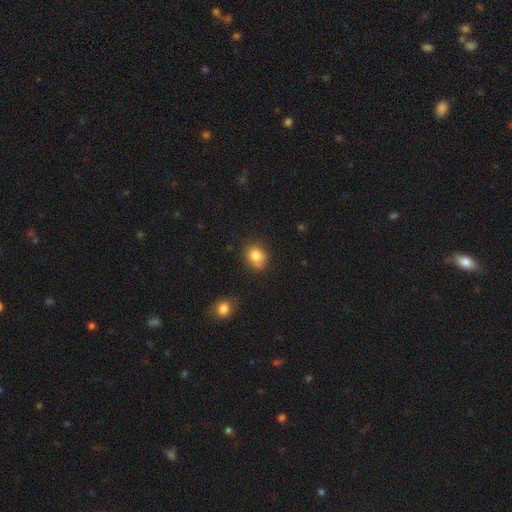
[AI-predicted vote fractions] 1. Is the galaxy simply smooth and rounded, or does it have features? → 81% smooth, 10% star or artifact, 9% featured or disk.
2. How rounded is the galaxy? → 55% round, 44% in between, 1% cigar-shaped.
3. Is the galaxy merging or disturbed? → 64% none, 24% minor disturbance, 6% merger, 6% major disturbance.